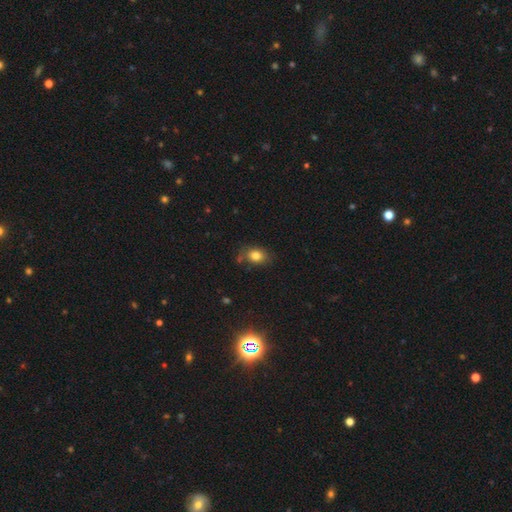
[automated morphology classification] Smooth or featured: smooth — 80% (star or artifact — 10%)
How rounded: in between — 67% (round — 31%)
Merging: none — 69% (minor disturbance — 20%)